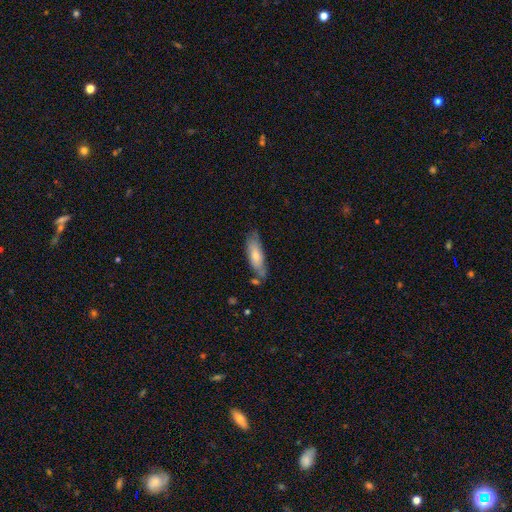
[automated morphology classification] Smooth or featured?
  - smooth: 68% *
  - featured or disk: 26%
  - star or artifact: 6%
How rounded?
  - in between: 53% *
  - cigar-shaped: 45%
  - round: 2%
Merging?
  - none: 64% *
  - minor disturbance: 23%
  - merger: 9%
  - major disturbance: 5%